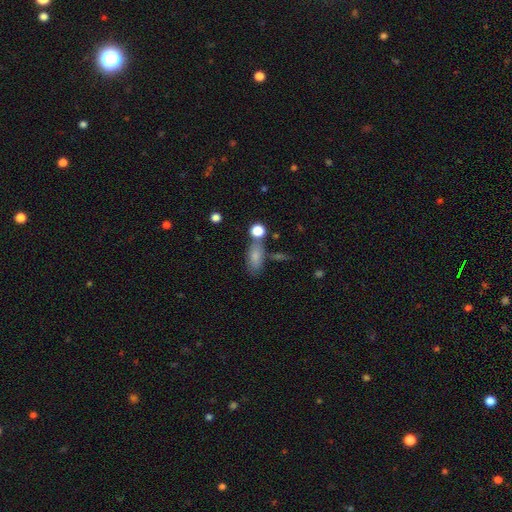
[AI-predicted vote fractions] Overall: smooth (79%). How rounded: in between (82%). Merging: none (57%; merger 18%).